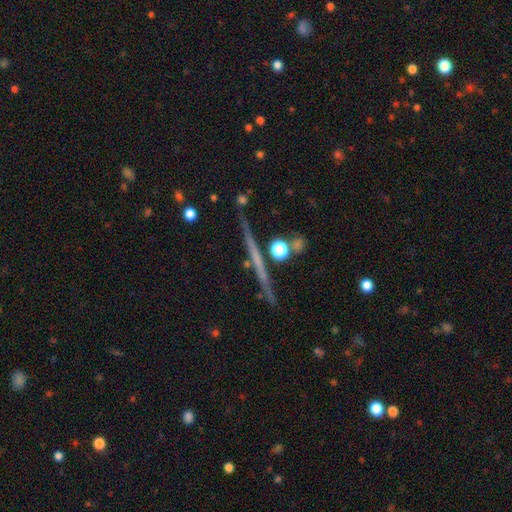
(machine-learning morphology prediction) This appears to be a featured or disk galaxy (66%) viewed edge-on (97%) with no central bulge (78%). Merging: none (87%).